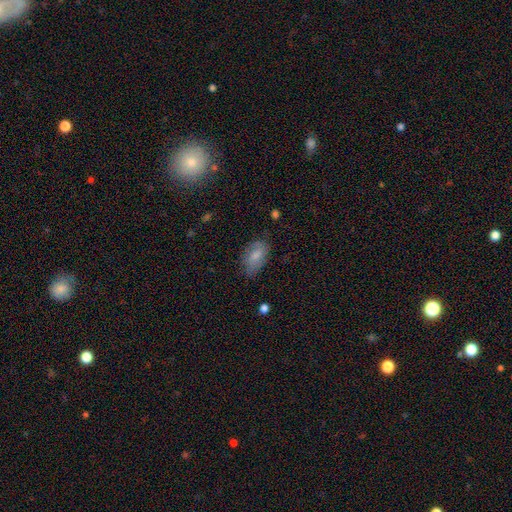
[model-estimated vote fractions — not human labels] A smooth galaxy with no disk features (75%) that is in between round and cigar-shaped (92%).

Vote fractions:
- Smooth or featured? smooth: 75% / featured or disk: 18% / star or artifact: 7%
- How rounded? in between: 92% / round: 5% / cigar-shaped: 3%
- Merging? none: 70% / minor disturbance: 23% / major disturbance: 6% / merger: 1%